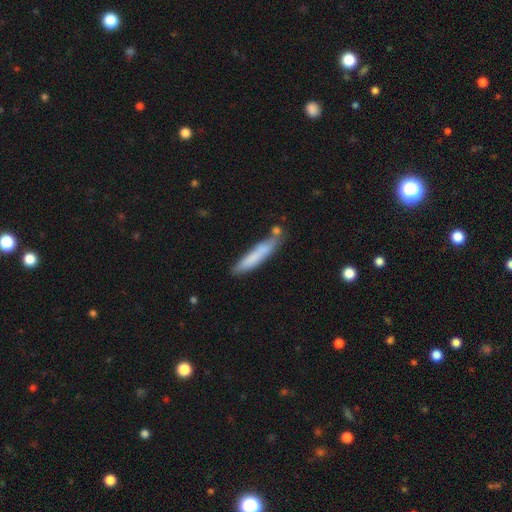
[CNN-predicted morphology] Smooth or featured?
  - smooth: 73% *
  - featured or disk: 20%
  - star or artifact: 7%
How rounded?
  - cigar-shaped: 90% *
  - in between: 9%
  - round: 1%
Merging?
  - none: 65% *
  - minor disturbance: 21%
  - merger: 9%
  - major disturbance: 5%